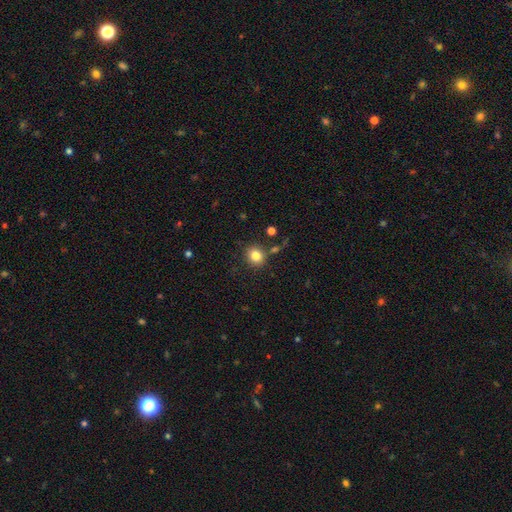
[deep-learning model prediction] Smooth or featured?
  - smooth: 82% *
  - star or artifact: 11%
  - featured or disk: 7%
How rounded?
  - round: 77% *
  - in between: 22%
  - cigar-shaped: 1%
Merging?
  - none: 81% *
  - minor disturbance: 9%
  - merger: 6%
  - major disturbance: 3%